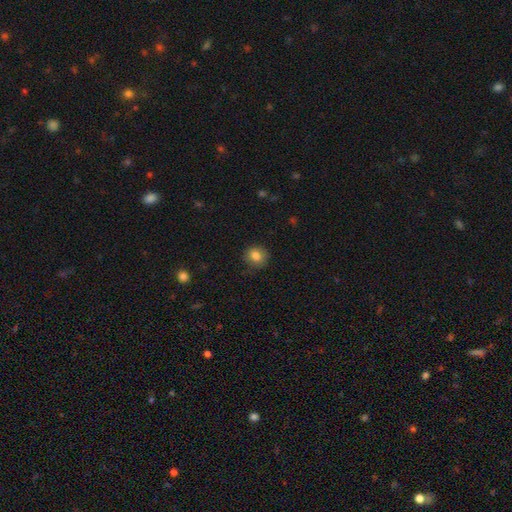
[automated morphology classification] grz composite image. It shows a smooth galaxy with no disk features (83%) that is round (80%). Merging: none (81%).